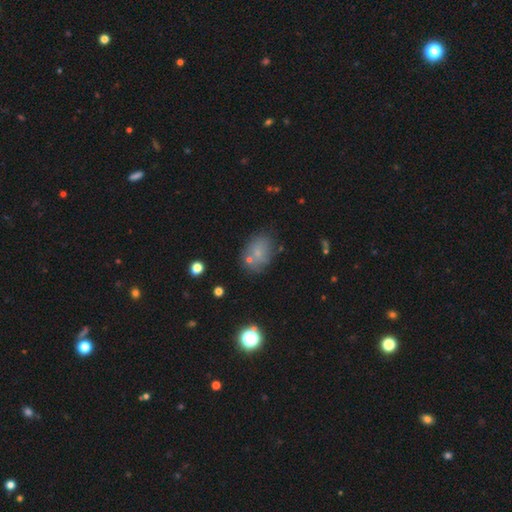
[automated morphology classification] Q: Smooth or featured?
A: smooth (64%); runner-up: star or artifact (20%)
Q: How rounded?
A: in between (70%); runner-up: round (28%)
Q: Merging?
A: none (72%); runner-up: minor disturbance (14%)